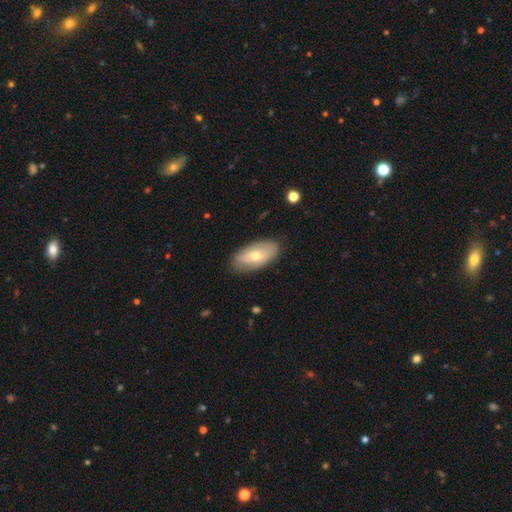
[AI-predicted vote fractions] A smooth galaxy with no disk features (63%) that is in between round and cigar-shaped (92%).

Vote fractions:
- Smooth or featured? smooth: 63% / featured or disk: 31% / star or artifact: 6%
- How rounded? in between: 92% / cigar-shaped: 5% / round: 3%
- Merging? none: 82% / minor disturbance: 13% / major disturbance: 3% / merger: 1%